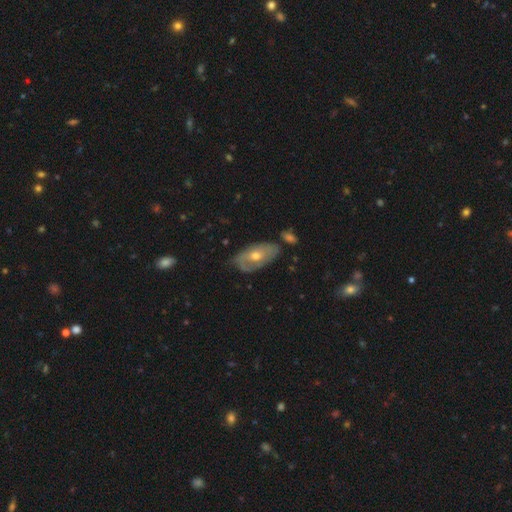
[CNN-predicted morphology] A featured or disk galaxy (60%) with no bar (74%), spiral arms (60%) and a moderate central bulge (64%).

Vote fractions:
- Smooth or featured? featured or disk: 60% / smooth: 32% / star or artifact: 7%
- Edge-on disk? no: 88% / yes: 12%
- Bar? no: 74% / weak: 21% / strong: 5%
- Spiral arms? yes: 60% / no: 40%
- Bulge size? moderate: 64% / small: 31% / large: 3% / none: 1% / dominant: 1%
- Merging? none: 63% / minor disturbance: 25% / major disturbance: 8% / merger: 5%